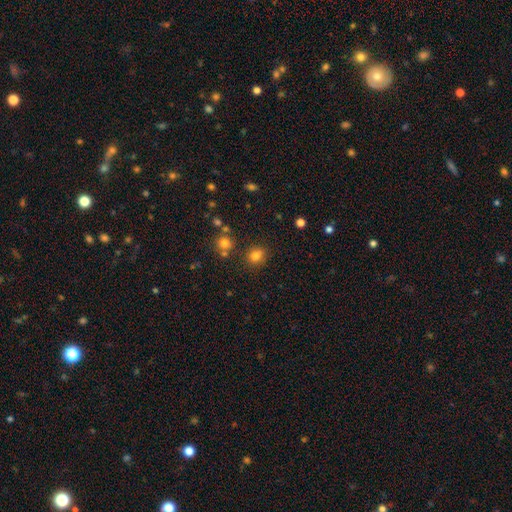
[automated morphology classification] smooth-or-featured: smooth: 80% | star or artifact: 14% | featured or disk: 6%
  how-rounded: round: 78% | in between: 21% | cigar-shaped: 1%
  merging: none: 81% | minor disturbance: 10% | merger: 6% | major disturbance: 3%